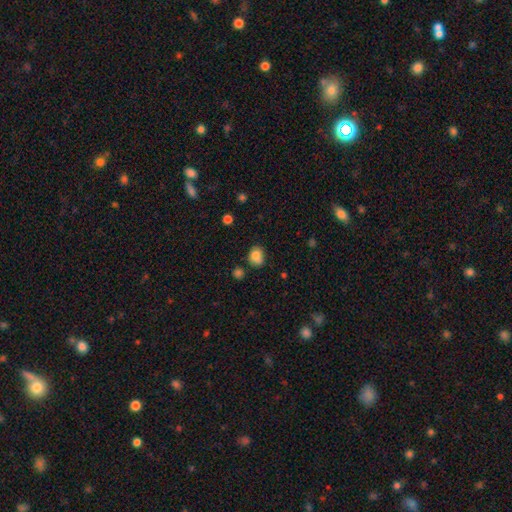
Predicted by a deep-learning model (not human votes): smooth 83%, star or artifact 10%, featured or disk 7%. Down the decision tree: how rounded — in between (50%); merging — none (71%).